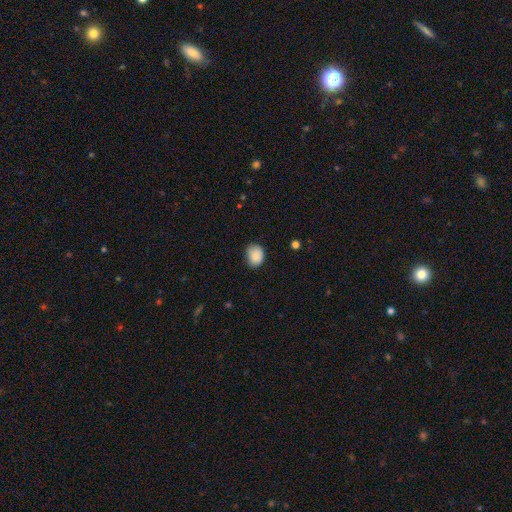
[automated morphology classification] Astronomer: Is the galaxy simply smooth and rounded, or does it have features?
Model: smooth — 87%.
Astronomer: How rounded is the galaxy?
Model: round — 50% (runner-up: in between, 49%).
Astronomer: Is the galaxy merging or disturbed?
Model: none — 74%.